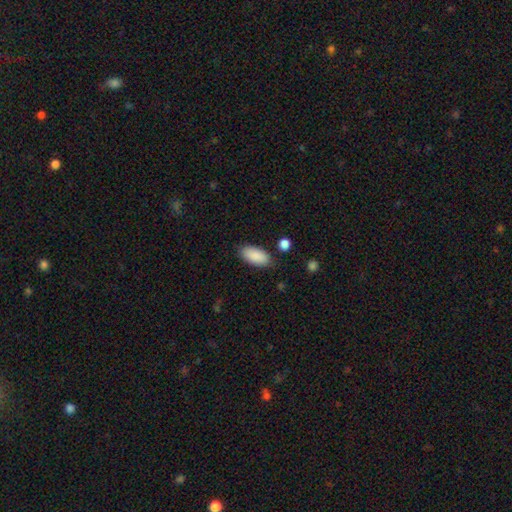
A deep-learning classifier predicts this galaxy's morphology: Smooth or featured: smooth — 90% (star or artifact — 6%)
How rounded: in between — 91% (cigar-shaped — 7%)
Merging: none — 83% (minor disturbance — 12%)